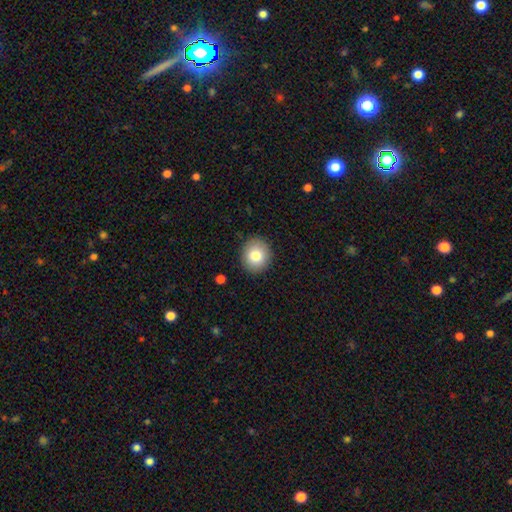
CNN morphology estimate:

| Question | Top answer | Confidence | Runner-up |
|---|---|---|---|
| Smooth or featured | smooth | 82% | featured or disk (10%) |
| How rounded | round | 84% | in between (15%) |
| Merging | none | 91% | minor disturbance (7%) |